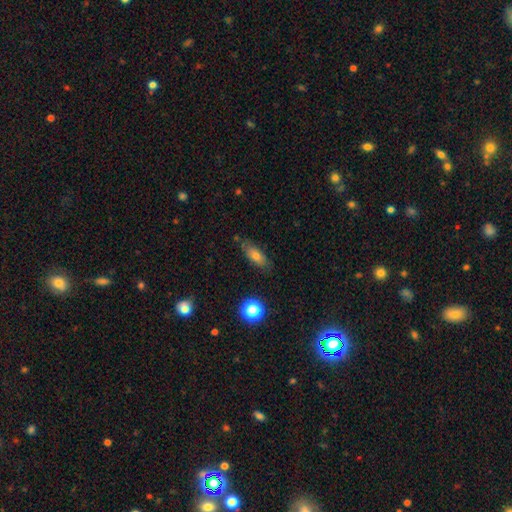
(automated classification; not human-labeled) A smooth galaxy with no disk features (72%) that is in between round and cigar-shaped (74%). Merging: none (75%).